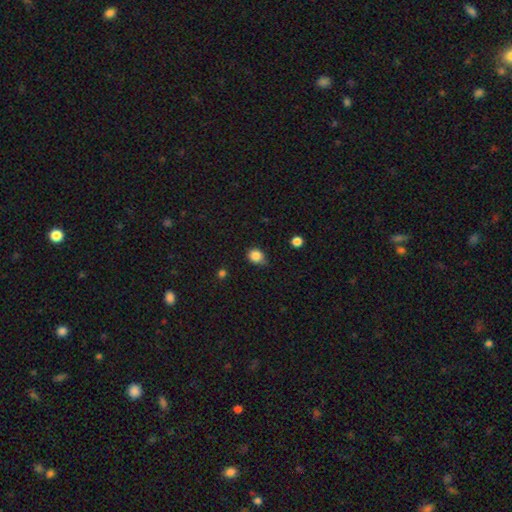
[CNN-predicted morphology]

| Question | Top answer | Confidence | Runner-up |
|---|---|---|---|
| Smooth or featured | smooth | 85% | star or artifact (10%) |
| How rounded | round | 67% | in between (32%) |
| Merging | none | 63% | minor disturbance (30%) |